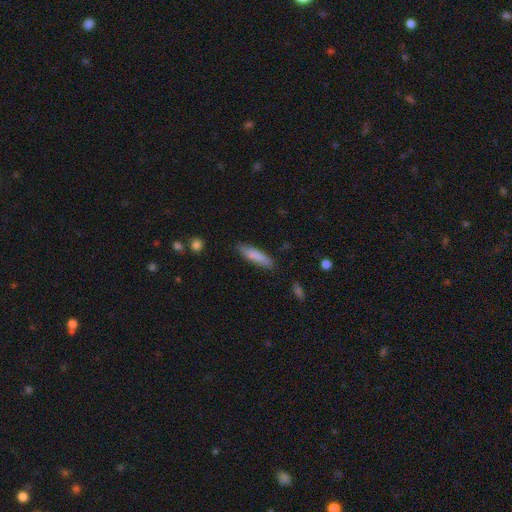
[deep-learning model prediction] Q: Smooth or featured?
A: smooth (82%); runner-up: featured or disk (12%)
Q: How rounded?
A: cigar-shaped (77%); runner-up: in between (21%)
Q: Merging?
A: none (82%); runner-up: minor disturbance (14%)